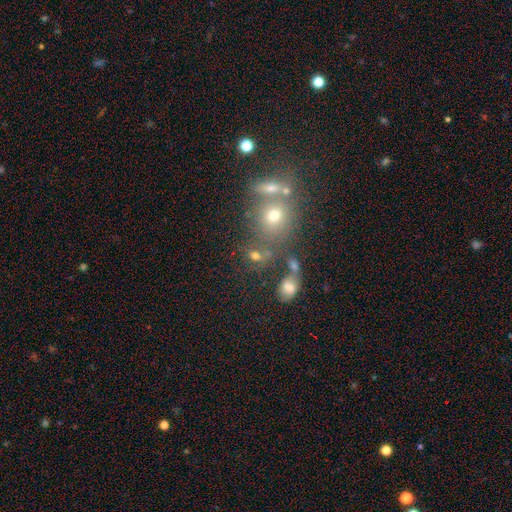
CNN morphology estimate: Smooth or featured: smooth — 65% (star or artifact — 21%)
How rounded: round — 49% (in between — 47%)
Merging: none — 51% (merger — 26%)